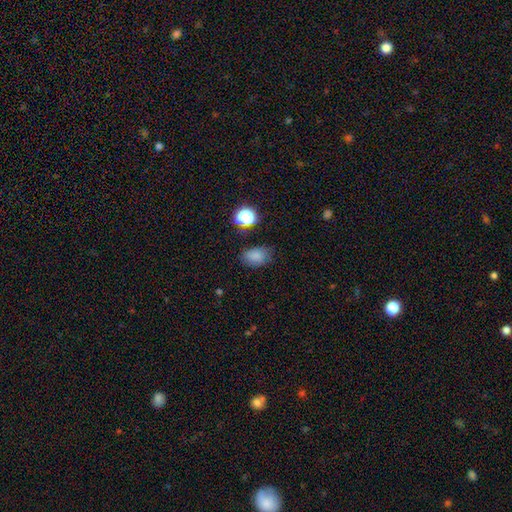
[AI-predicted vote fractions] The model was most divided on "merging": none: 75%, minor disturbance: 18%, major disturbance: 5%, merger: 3%. More confident: smooth or featured — smooth (81%); how rounded — in between (80%).